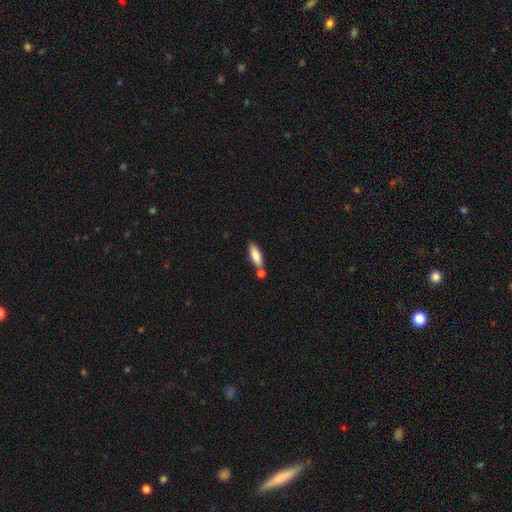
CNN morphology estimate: The model was most divided on "how rounded": in between: 56%, cigar-shaped: 42%, round: 2%. More confident: smooth or featured — smooth (80%); merging — none (63%).